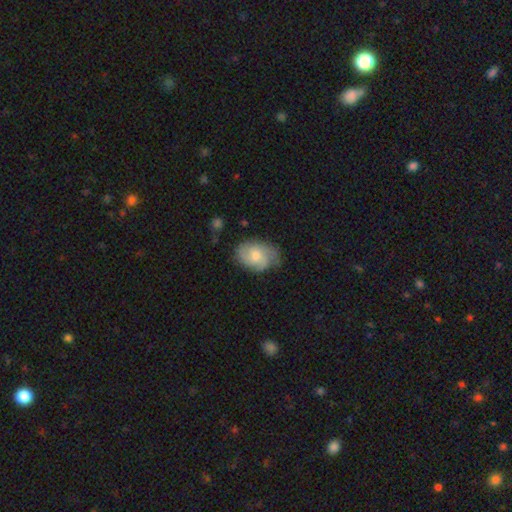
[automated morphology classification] type=featured or disk (53%); edge-on=no (96%); bar=no (71%); spiral arms=yes (87%); bulge=moderate (57%); merging=none (66%).